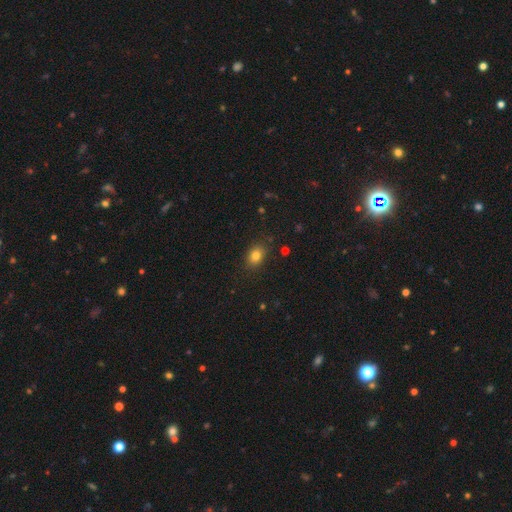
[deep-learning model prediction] This appears to be a smooth galaxy with no disk features (82%) that is in between round and cigar-shaped (71%). Merging: none (84%).